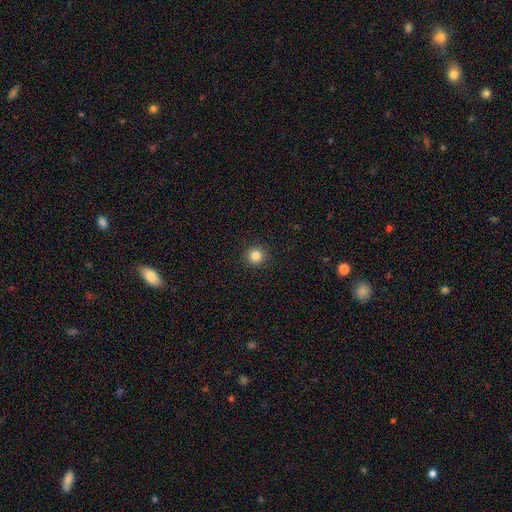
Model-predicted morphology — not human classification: type=smooth (84%); roundness=round (95%); merging=none (92%).